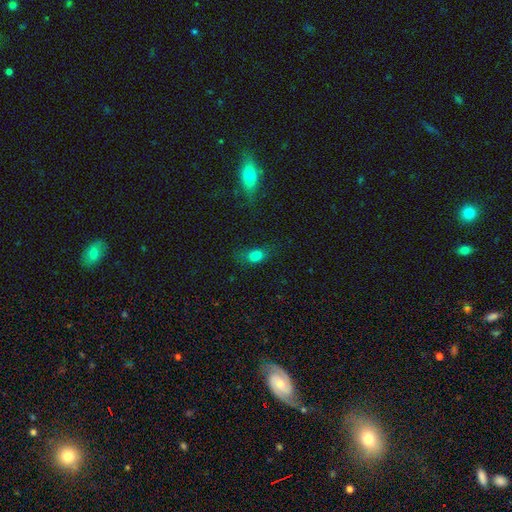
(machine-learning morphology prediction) type=smooth (69%); roundness=in between (67%); merging=none (38%).